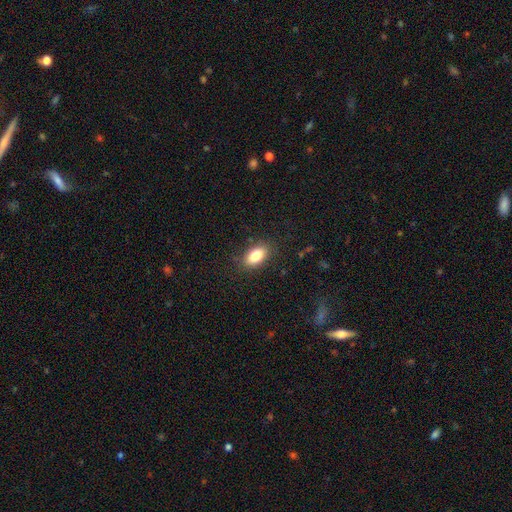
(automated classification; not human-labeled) A smooth galaxy with no disk features (83%) that is in between round and cigar-shaped (90%). Merging: none (85%).